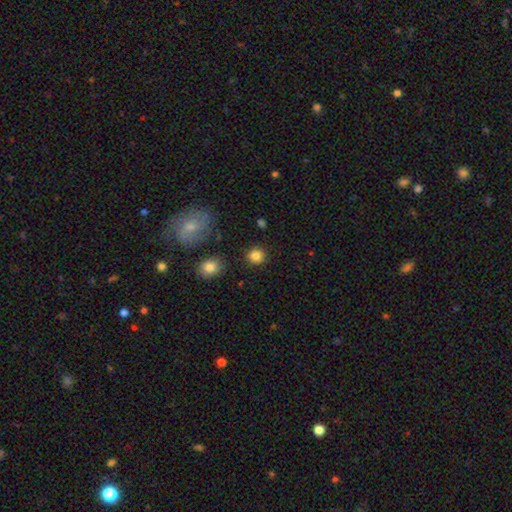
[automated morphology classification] Smooth or featured?
  - smooth: 84% *
  - star or artifact: 11%
  - featured or disk: 5%
How rounded?
  - round: 85% *
  - in between: 14%
  - cigar-shaped: 1%
Merging?
  - none: 86% *
  - minor disturbance: 9%
  - merger: 3%
  - major disturbance: 3%